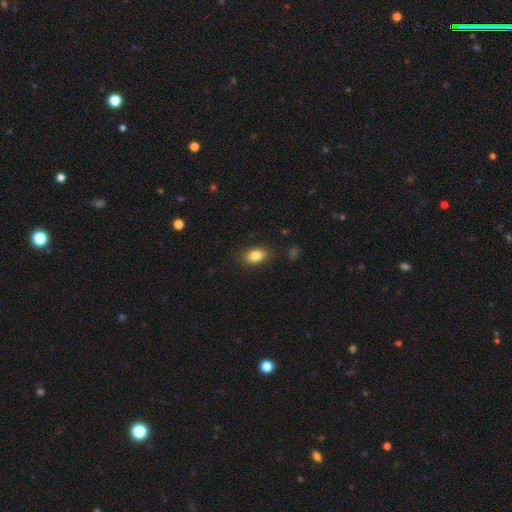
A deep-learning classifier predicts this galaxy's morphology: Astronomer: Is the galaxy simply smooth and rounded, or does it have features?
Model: smooth — 84%.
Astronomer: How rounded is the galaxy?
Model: in between — 84%.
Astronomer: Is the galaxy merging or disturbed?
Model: none — 85%.